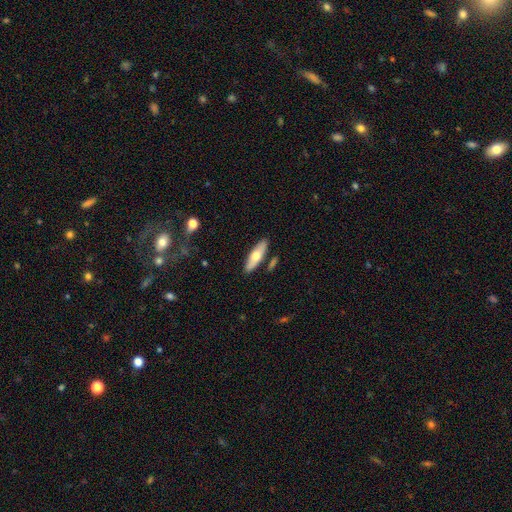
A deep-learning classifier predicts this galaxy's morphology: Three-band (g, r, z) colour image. It shows a smooth galaxy with no disk features (60%) that is in between round and cigar-shaped (50%). Merging: none (84%).